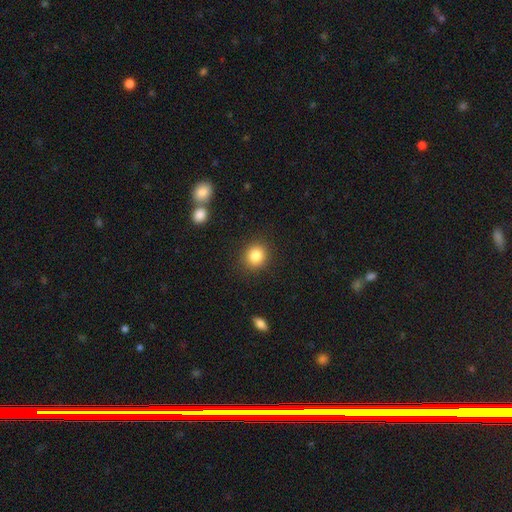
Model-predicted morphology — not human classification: This is clearly a smooth galaxy (84%). How rounded: clearly round (81%). Merging: clearly none (88%).